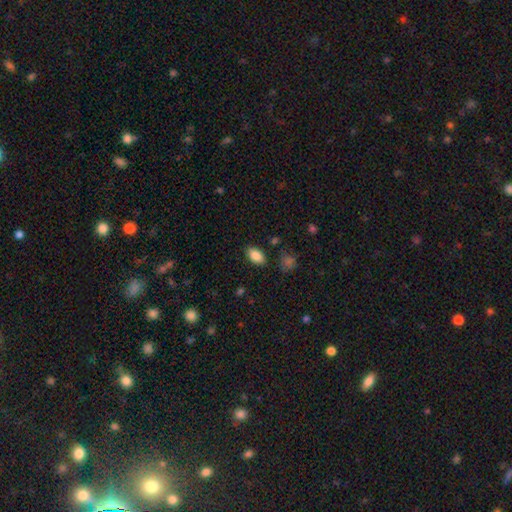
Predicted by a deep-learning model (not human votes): Smooth or featured: smooth — 87% (star or artifact — 8%)
How rounded: in between — 91% (round — 7%)
Merging: none — 84% (minor disturbance — 11%)